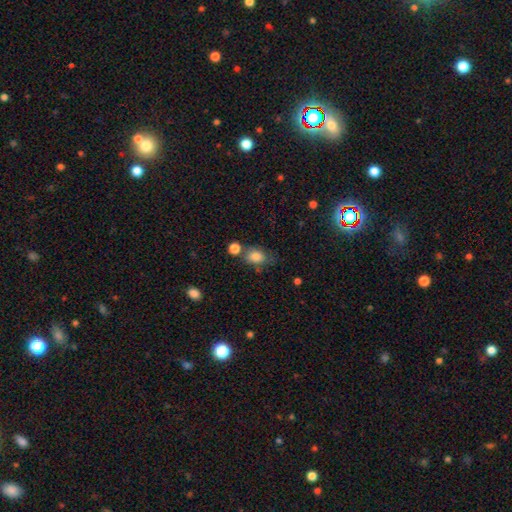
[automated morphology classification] Overall: smooth (82%). How rounded: in between (69%; round 29%). Merging: none (54%; minor disturbance 21%).